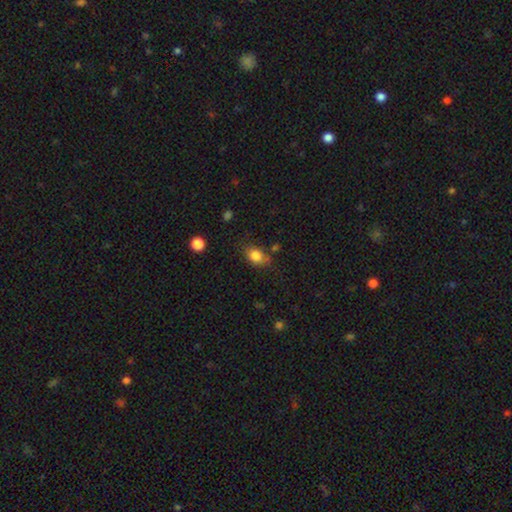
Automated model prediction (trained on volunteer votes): A smooth galaxy with no disk features (83%) that is in between round and cigar-shaped (67%). Merging: none (65%).